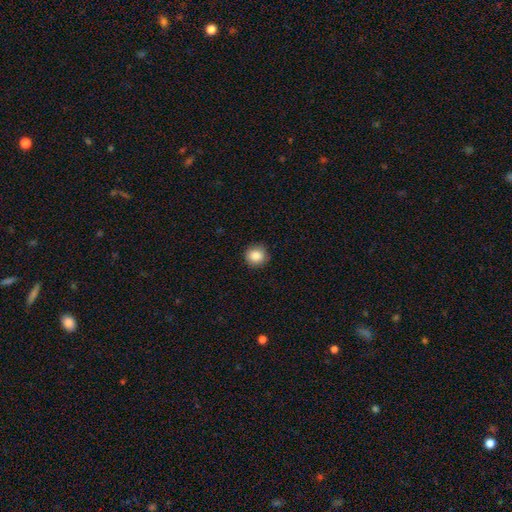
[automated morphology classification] Smooth or featured: smooth — 86% (star or artifact — 9%)
How rounded: round — 91% (in between — 8%)
Merging: none — 88% (minor disturbance — 9%)